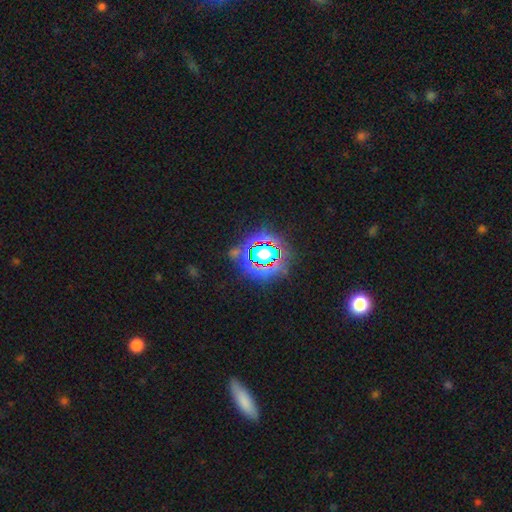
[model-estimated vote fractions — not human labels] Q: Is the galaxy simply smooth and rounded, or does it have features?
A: star or artifact — 76%.